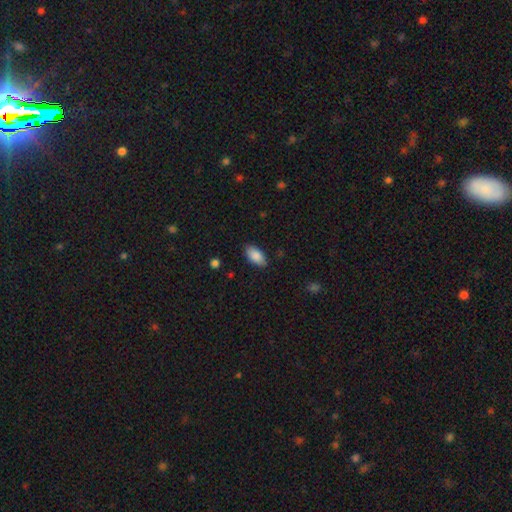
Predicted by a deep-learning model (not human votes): Smooth or featured: smooth — 88% (star or artifact — 6%)
How rounded: in between — 94% (cigar-shaped — 4%)
Merging: none — 85% (minor disturbance — 12%)